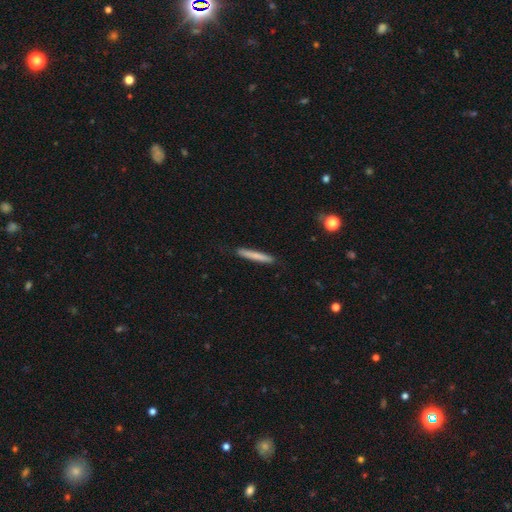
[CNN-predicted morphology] Smooth or featured? Predicted: smooth (p=0.75). How rounded? Predicted: cigar-shaped (p=0.96). Merging? Predicted: none (p=0.88).